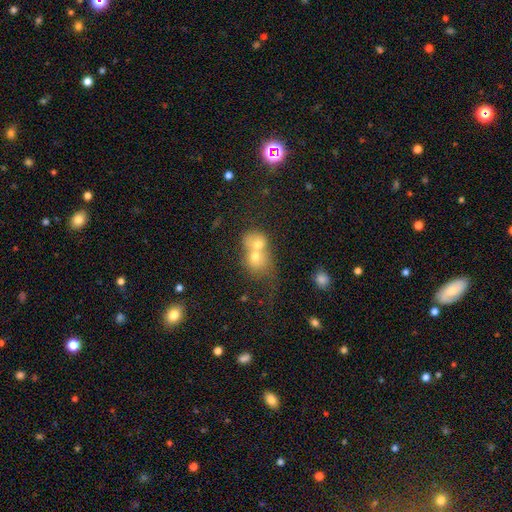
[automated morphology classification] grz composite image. It shows a smooth galaxy with no disk features (59%) that is round (58%). Merging: merger (74%).